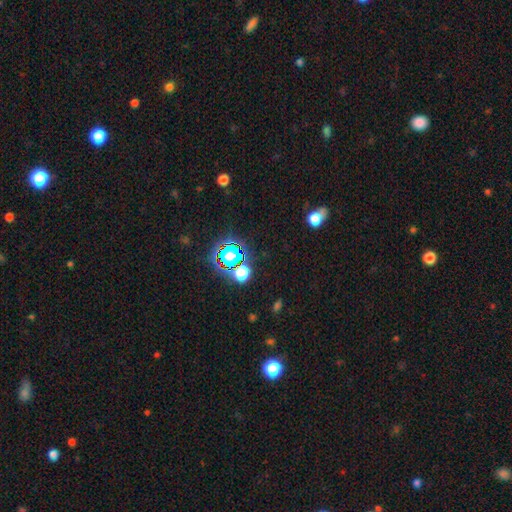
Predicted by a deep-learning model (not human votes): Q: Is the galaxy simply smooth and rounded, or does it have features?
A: star or artifact — 76%.